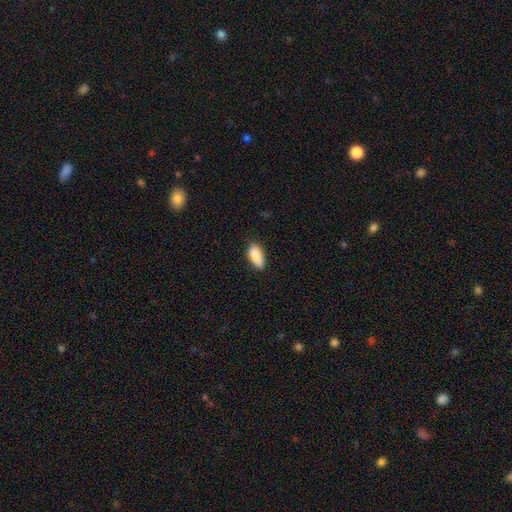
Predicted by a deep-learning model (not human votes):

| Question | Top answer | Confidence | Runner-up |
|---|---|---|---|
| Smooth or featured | smooth | 87% | star or artifact (7%) |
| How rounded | in between | 86% | cigar-shaped (11%) |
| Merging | none | 75% | minor disturbance (21%) |